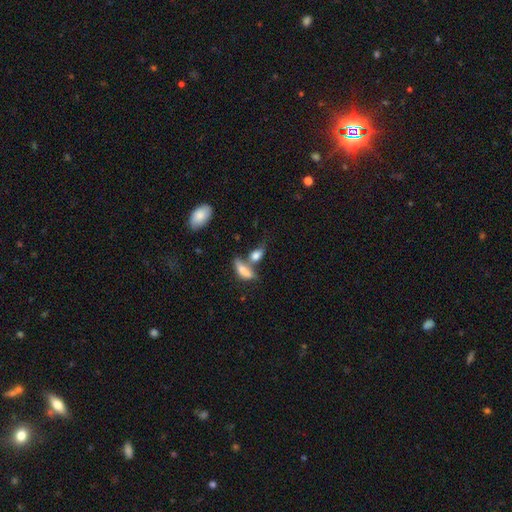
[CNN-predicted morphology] Smooth or featured?
  - smooth: 74% *
  - featured or disk: 17%
  - star or artifact: 10%
How rounded?
  - in between: 68% *
  - cigar-shaped: 22%
  - round: 11%
Merging?
  - none: 42% *
  - merger: 37%
  - minor disturbance: 14%
  - major disturbance: 7%